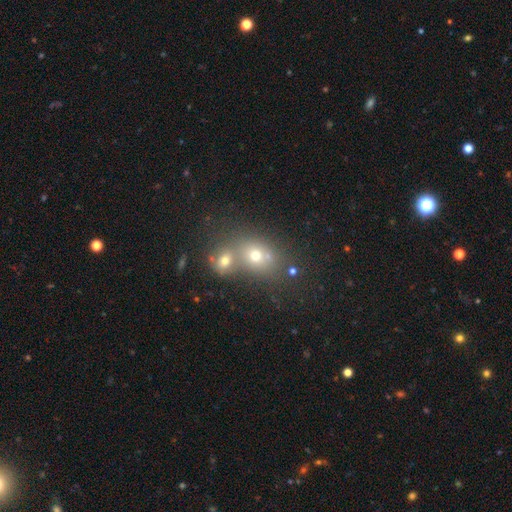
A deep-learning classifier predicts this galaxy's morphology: Smooth or featured? Predicted: smooth (p=0.59). How rounded? Predicted: round (p=0.60). Merging? Predicted: merger (p=0.51).